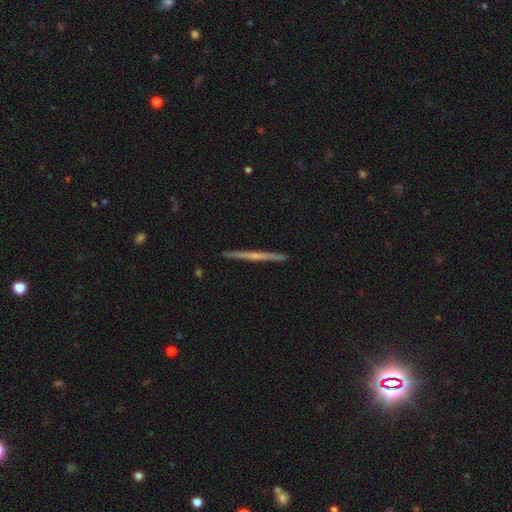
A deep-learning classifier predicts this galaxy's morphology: This is likely a featured or disk galaxy (69%). It is clearly viewed edge-on (98%). Edge-on bulge: possibly none (50%). Merging: clearly none (92%).